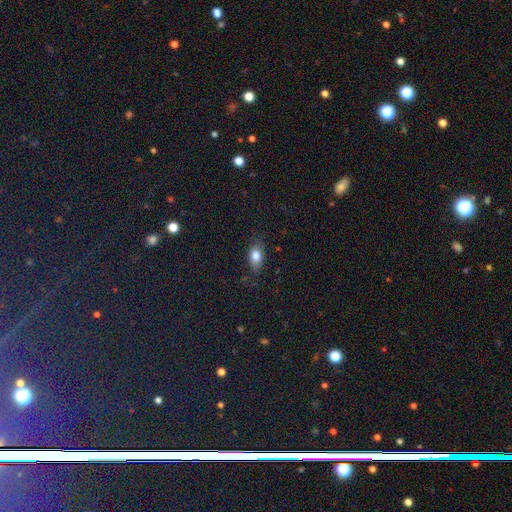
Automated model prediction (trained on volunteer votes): Overall: smooth (81%). How rounded: in between (82%). Merging: none (73%).